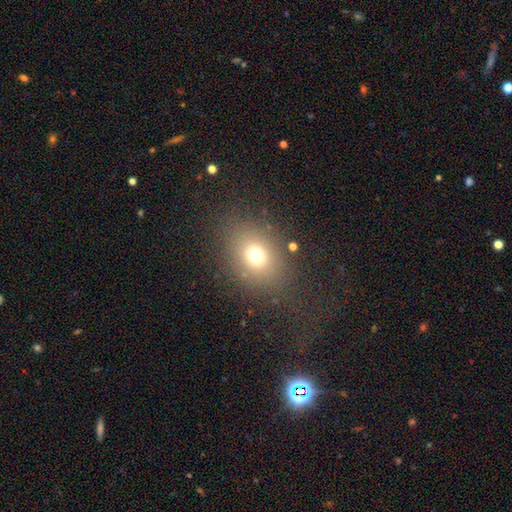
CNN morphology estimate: This is likely a smooth galaxy (69%). How rounded: possibly round (51%). Merging: clearly none (81%).